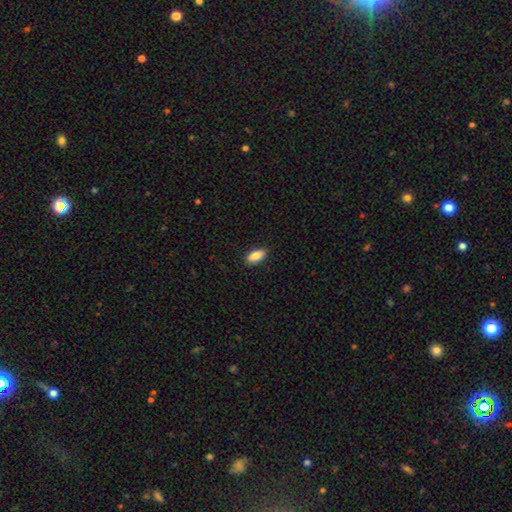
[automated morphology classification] smooth_or_featured: smooth (p=0.87) [alt: featured or disk p=0.07]
how_rounded: in between (p=0.87) [alt: cigar-shaped p=0.10]
merging: none (p=0.89) [alt: minor disturbance p=0.08]